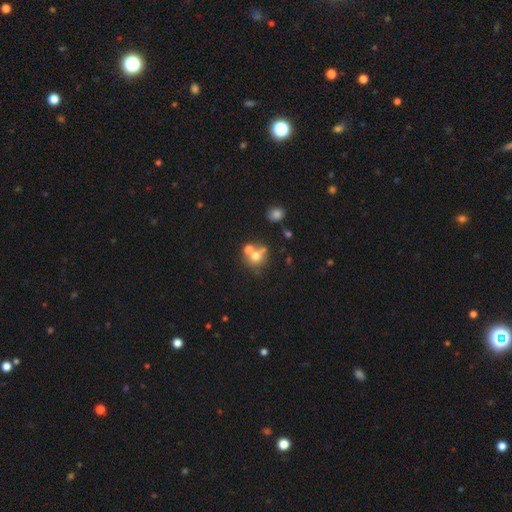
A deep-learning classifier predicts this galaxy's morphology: This is likely a smooth galaxy (64%). How rounded: clearly round (80%). Merging: marginally merger (44%).